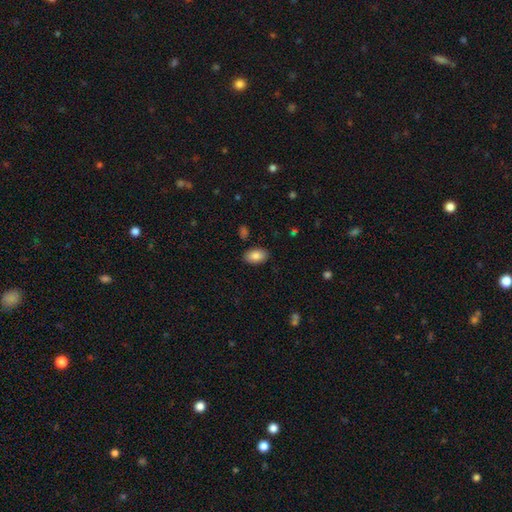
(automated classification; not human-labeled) A smooth galaxy with no disk features (85%) that is in between round and cigar-shaped (93%). Merging: none (88%).